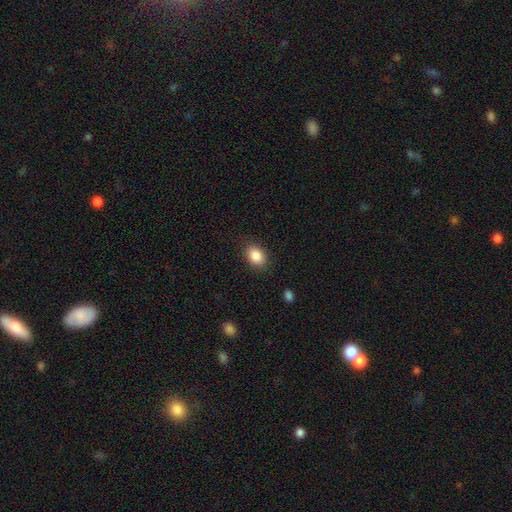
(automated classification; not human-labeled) This appears to be a smooth galaxy with no disk features (87%) that is in between round and cigar-shaped (78%). Merging: none (86%).